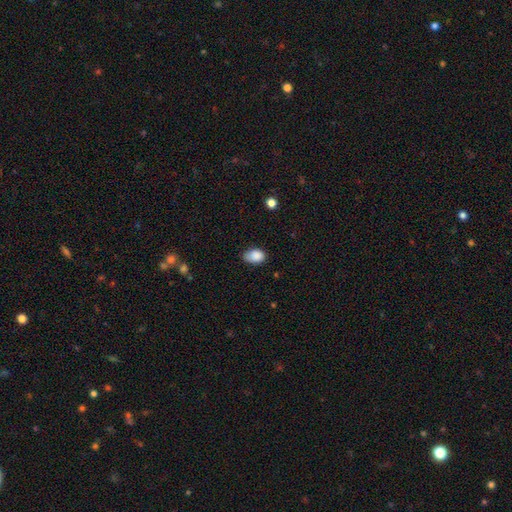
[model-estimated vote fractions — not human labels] Smooth or featured? Predicted: smooth (p=0.87). How rounded? Predicted: in between (p=0.84). Merging? Predicted: none (p=0.61).